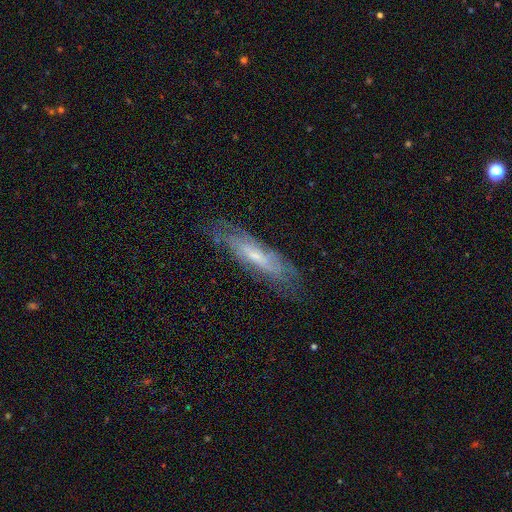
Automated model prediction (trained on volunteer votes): Smooth or featured?
  - featured or disk: 67% *
  - smooth: 26%
  - star or artifact: 8%
Edge-on disk?
  - no: 62% *
  - yes: 38%
Merging?
  - none: 74% *
  - minor disturbance: 19%
  - major disturbance: 6%
  - merger: 1%